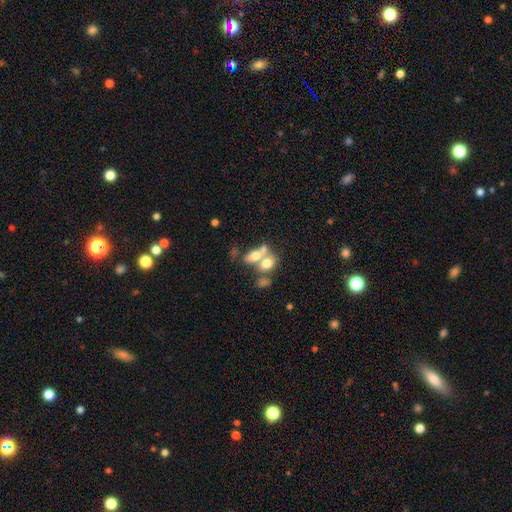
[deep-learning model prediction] smooth 62%, featured or disk 28%, star or artifact 10%. Down the decision tree: how rounded — in between (76%); merging — merger (62%).